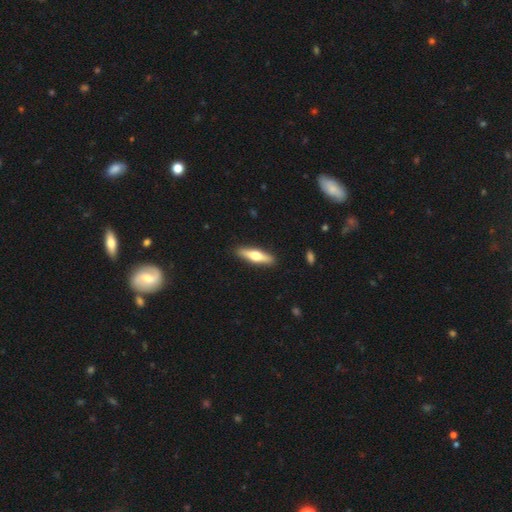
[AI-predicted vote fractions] Smooth or featured?
  - featured or disk: 48% *
  - smooth: 47%
  - star or artifact: 5%
Merging?
  - none: 91% *
  - minor disturbance: 7%
  - major disturbance: 1%
  - merger: 1%